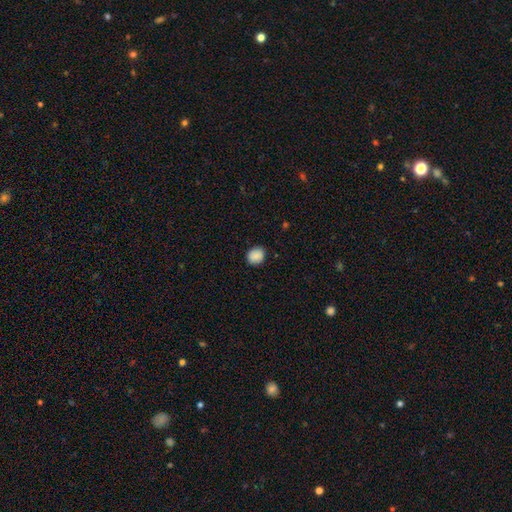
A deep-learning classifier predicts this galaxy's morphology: The model was most divided on "how rounded": round: 75%, in between: 24%, cigar-shaped: 1%. More confident: smooth or featured — smooth (89%); merging — none (87%).